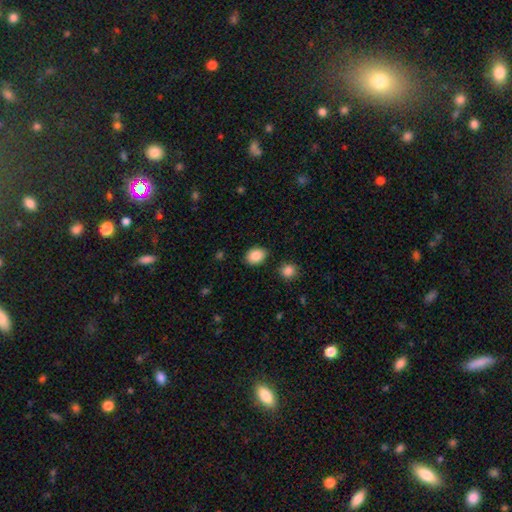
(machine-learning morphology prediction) Smooth or featured?
  - smooth: 87% *
  - star or artifact: 8%
  - featured or disk: 5%
How rounded?
  - in between: 70% *
  - round: 29%
  - cigar-shaped: 1%
Merging?
  - none: 86% *
  - minor disturbance: 9%
  - merger: 2%
  - major disturbance: 2%